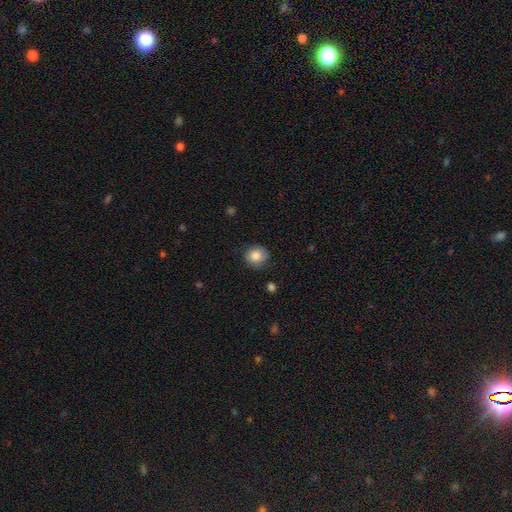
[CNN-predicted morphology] Smooth or featured? Predicted: smooth (p=0.84). How rounded? Predicted: round (p=0.78). Merging? Predicted: none (p=0.77).